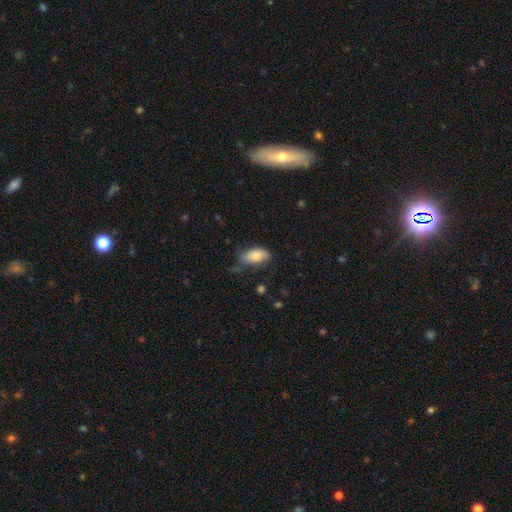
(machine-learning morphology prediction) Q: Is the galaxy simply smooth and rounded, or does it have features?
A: smooth — 80%.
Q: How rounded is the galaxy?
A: in between — 92%.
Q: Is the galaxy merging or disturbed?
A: none — 63%.